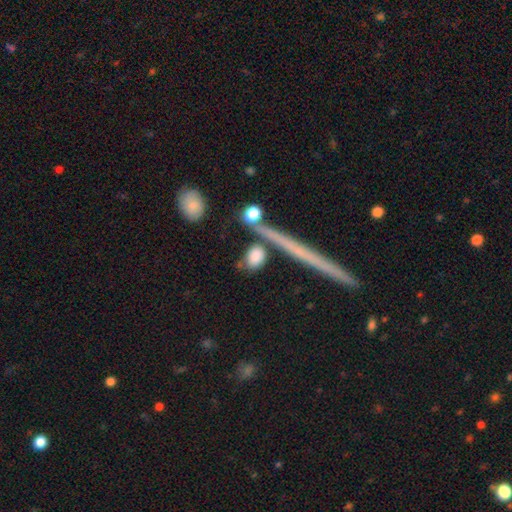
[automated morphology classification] type=smooth (79%); roundness=round (45%); merging=none (67%).